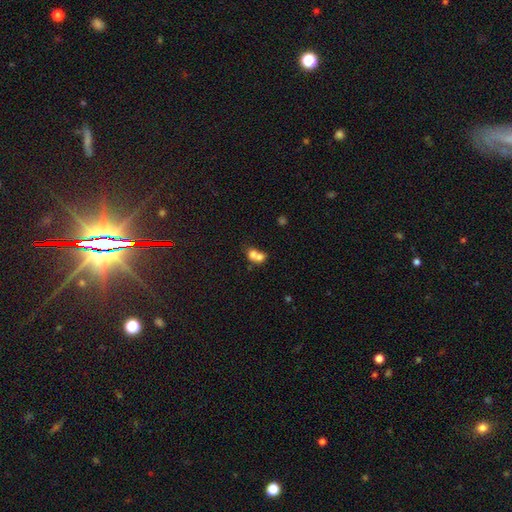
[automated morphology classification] A smooth galaxy with no disk features (69%) that is round (61%). Merging: merger (72%).